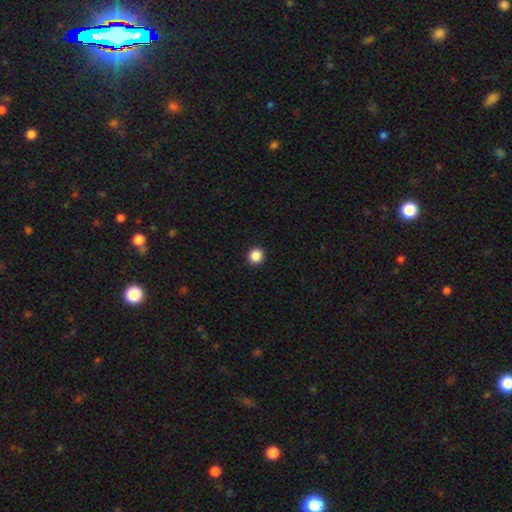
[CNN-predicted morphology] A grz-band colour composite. It shows a smooth galaxy with no disk features (87%) that is round (93%). Merging: none (93%).